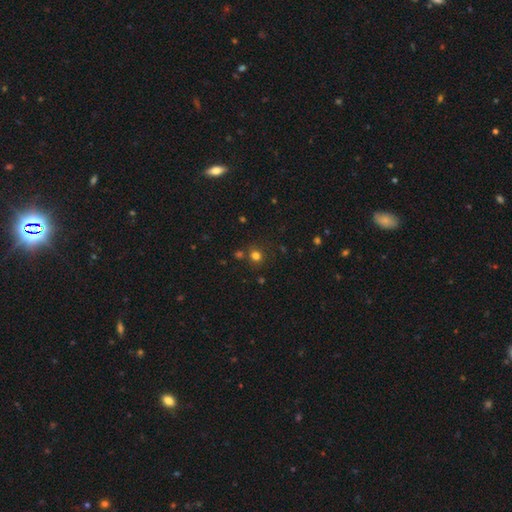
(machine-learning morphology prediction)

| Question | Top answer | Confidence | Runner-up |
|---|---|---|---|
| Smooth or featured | smooth | 74% | star or artifact (20%) |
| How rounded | round | 90% | in between (9%) |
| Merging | none | 80% | merger (9%) |